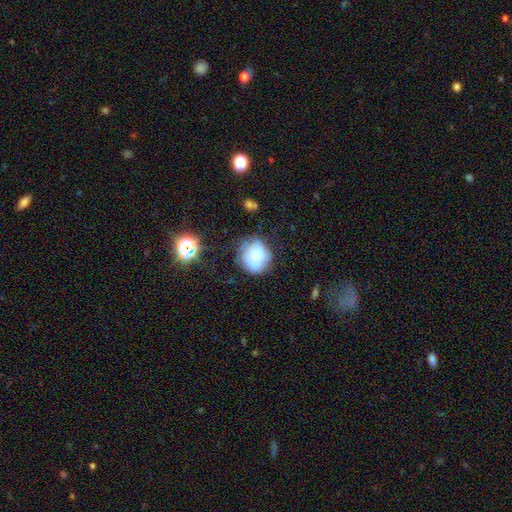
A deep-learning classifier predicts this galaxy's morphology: type=smooth (53%); roundness=round (79%); merging=none (58%).